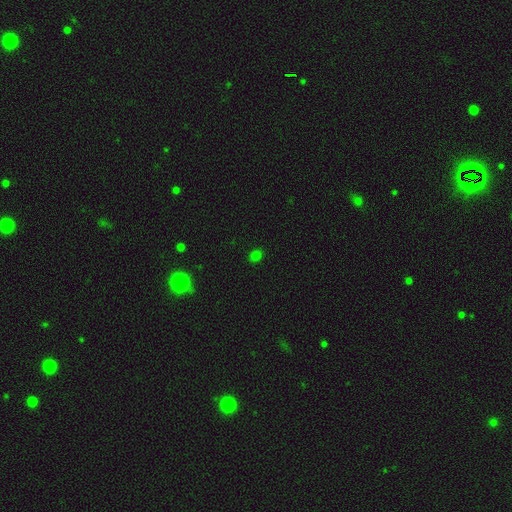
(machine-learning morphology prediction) This appears to be a smooth galaxy with no disk features (74%) that is round (65%). Merging: none (89%).